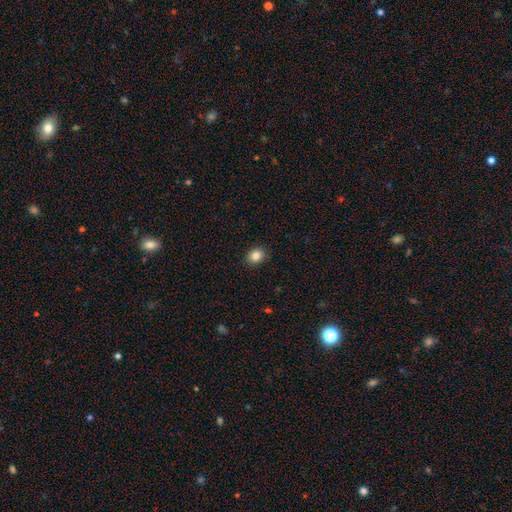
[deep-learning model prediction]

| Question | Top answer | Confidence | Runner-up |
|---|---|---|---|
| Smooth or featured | smooth | 85% | star or artifact (10%) |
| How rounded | round | 54% | in between (45%) |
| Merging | none | 90% | minor disturbance (7%) |